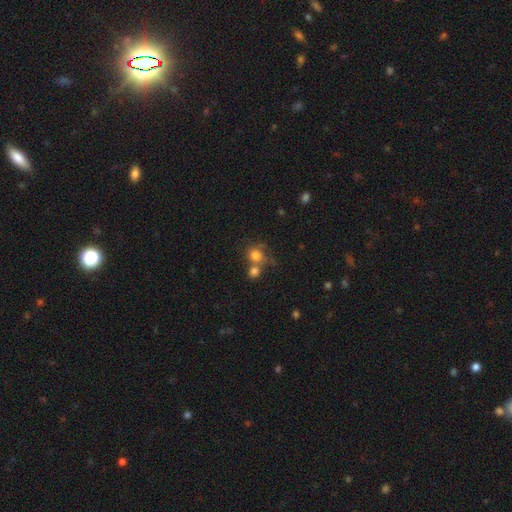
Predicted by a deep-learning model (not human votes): smooth_or_featured: smooth (p=0.79) [alt: star or artifact p=0.11]
how_rounded: round (p=0.84) [alt: in between p=0.15]
merging: none (p=0.45) [alt: merger p=0.39]